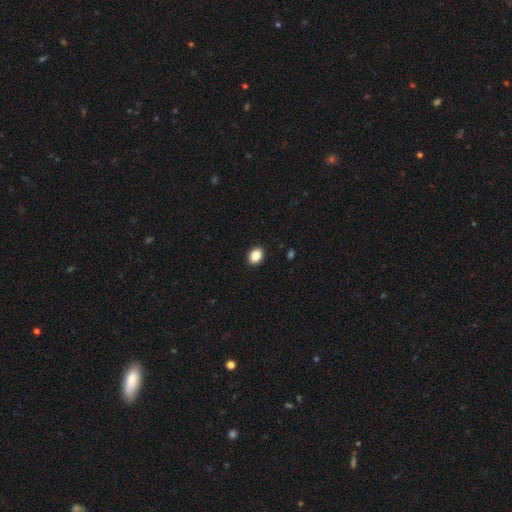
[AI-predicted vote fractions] The model was most divided on "how rounded": in between: 57%, round: 42%, cigar-shaped: 1%. More confident: merging — none (92%); smooth or featured — smooth (87%).